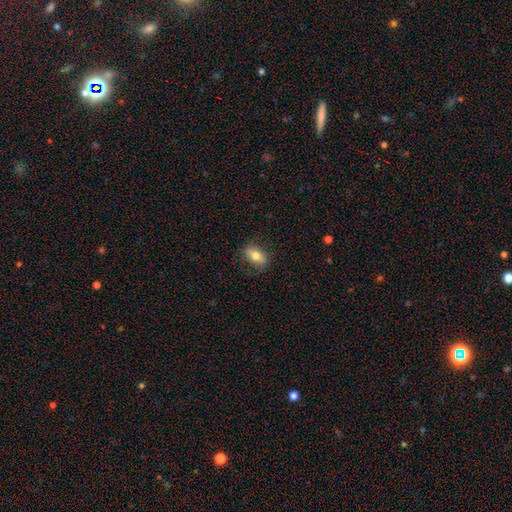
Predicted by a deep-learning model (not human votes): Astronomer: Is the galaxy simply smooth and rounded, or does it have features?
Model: smooth — 74%.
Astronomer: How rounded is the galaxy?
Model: in between — 85%.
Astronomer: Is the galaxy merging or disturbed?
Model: none — 83%.